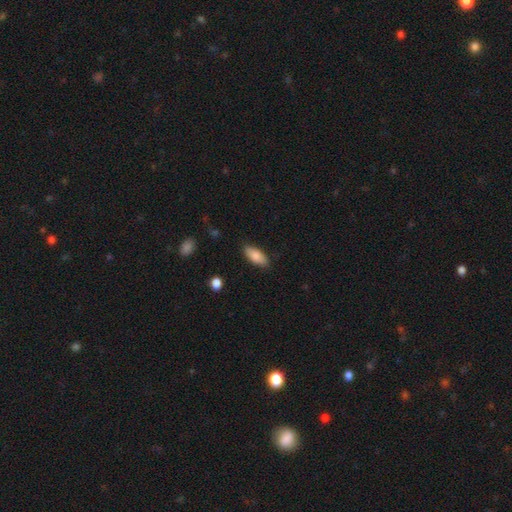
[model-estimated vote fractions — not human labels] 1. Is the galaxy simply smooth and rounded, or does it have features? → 82% smooth, 11% featured or disk, 7% star or artifact.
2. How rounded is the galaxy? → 82% in between, 16% cigar-shaped, 2% round.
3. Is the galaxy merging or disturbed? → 84% none, 12% minor disturbance, 2% major disturbance, 1% merger.